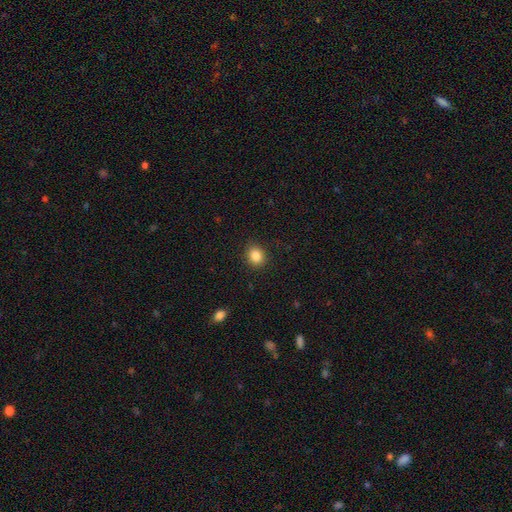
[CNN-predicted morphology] smooth 86%, star or artifact 10%, featured or disk 5%. Down the decision tree: how rounded — round (67%); merging — none (89%).